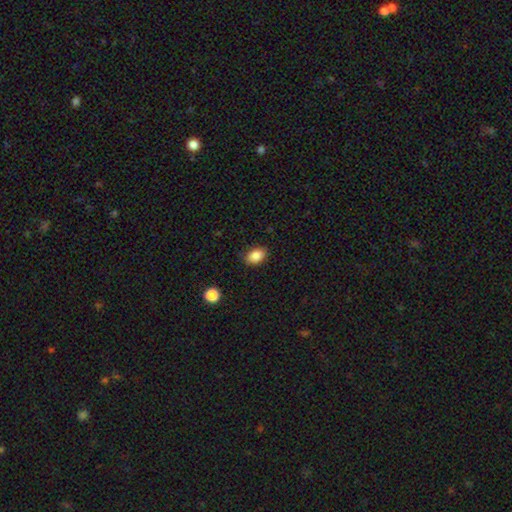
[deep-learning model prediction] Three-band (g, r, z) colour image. It shows a smooth galaxy with no disk features (86%) that is in between round and cigar-shaped (79%). Merging: none (84%).